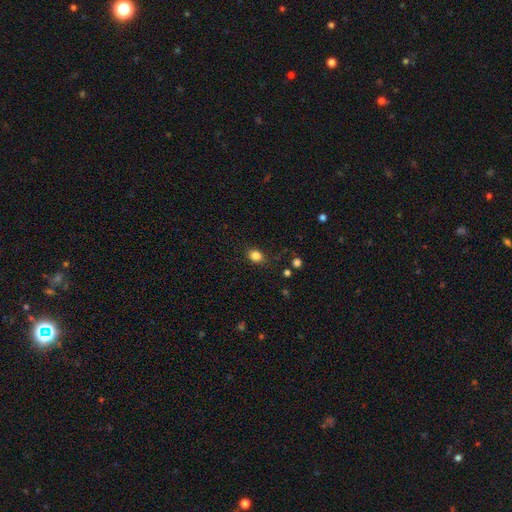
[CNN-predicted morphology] Smooth or featured?
  - smooth: 84% *
  - star or artifact: 11%
  - featured or disk: 5%
How rounded?
  - in between: 55% *
  - round: 44%
  - cigar-shaped: 1%
Merging?
  - none: 81% *
  - minor disturbance: 13%
  - major disturbance: 4%
  - merger: 2%